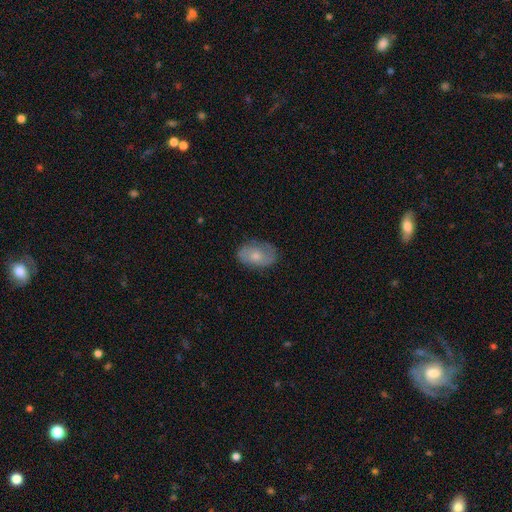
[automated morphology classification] Smooth or featured? smooth (50%)
How rounded? in between (86%)
Merging? none (75%)